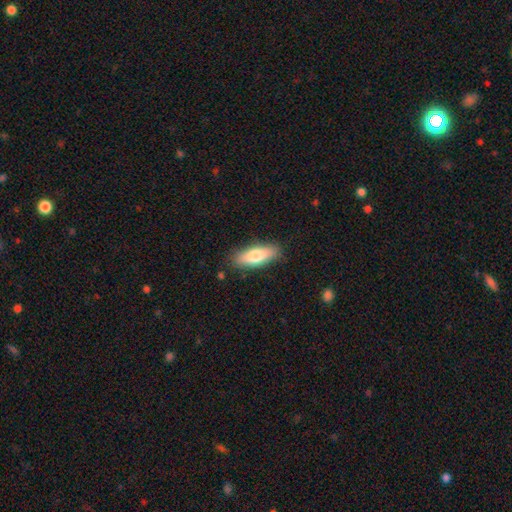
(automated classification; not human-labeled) A smooth galaxy with no disk features (73%) that is in between round and cigar-shaped (65%).

Vote fractions:
- Smooth or featured? smooth: 73% / featured or disk: 21% / star or artifact: 6%
- How rounded? in between: 65% / cigar-shaped: 33% / round: 2%
- Merging? none: 85% / minor disturbance: 11% / major disturbance: 2% / merger: 1%